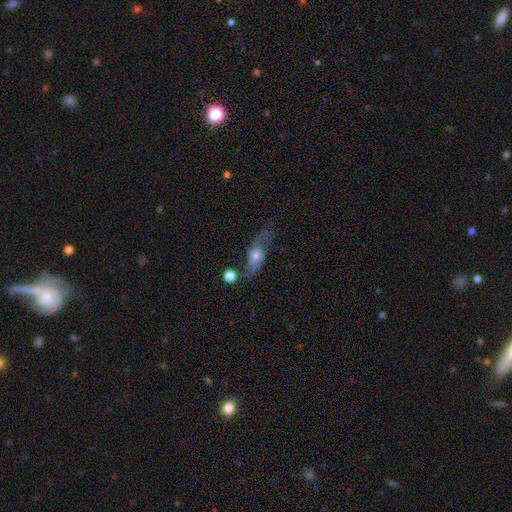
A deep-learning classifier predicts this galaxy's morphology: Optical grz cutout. It shows a featured or disk galaxy (58%). Merging: none (59%).